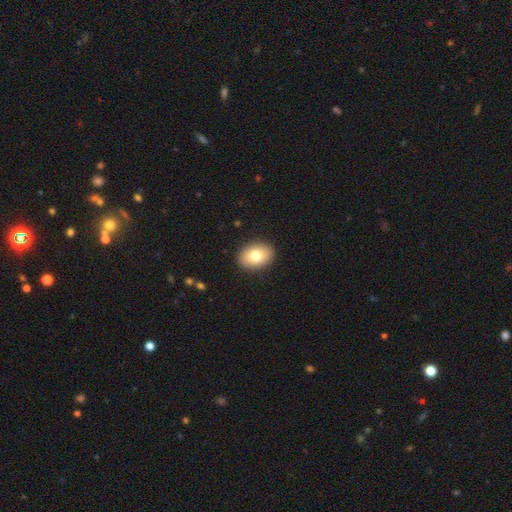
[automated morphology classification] smooth 78%, featured or disk 14%, star or artifact 8%. Down the decision tree: how rounded — in between (77%); merging — none (91%).